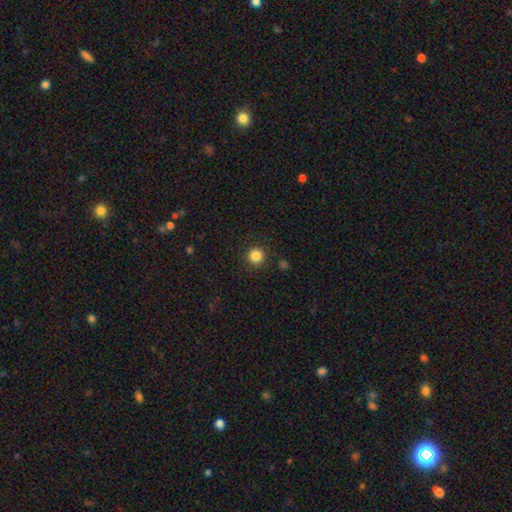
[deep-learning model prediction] Smooth or featured? smooth (85%)
How rounded? round (96%)
Merging? none (91%)